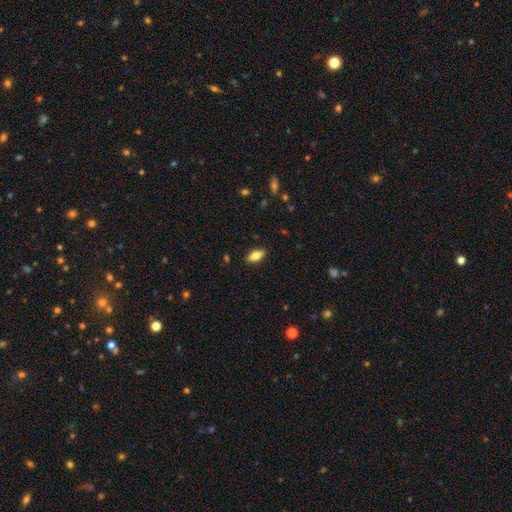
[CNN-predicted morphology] type=smooth (71%); roundness=in between (81%); merging=none (89%).